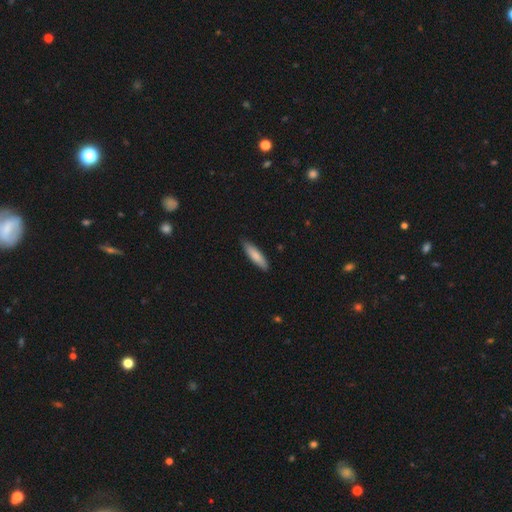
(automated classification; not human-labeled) smooth-or-featured: smooth: 82% | featured or disk: 13% | star or artifact: 5%
  how-rounded: cigar-shaped: 72% | in between: 27% | round: 1%
  merging: none: 86% | minor disturbance: 11% | major disturbance: 2% | merger: 1%